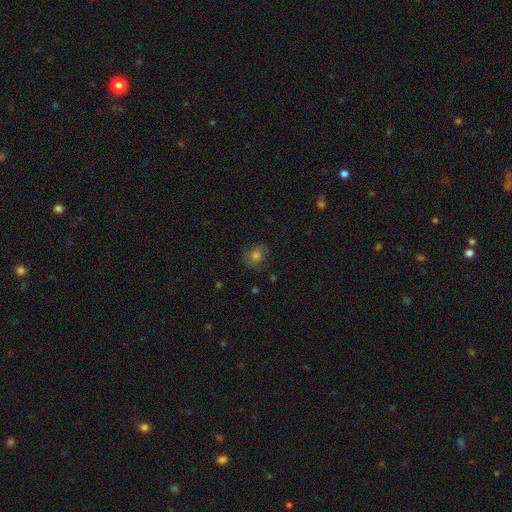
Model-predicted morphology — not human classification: smooth-or-featured: smooth: 66% | featured or disk: 19% | star or artifact: 15%
  how-rounded: round: 69% | in between: 30% | cigar-shaped: 1%
  merging: none: 73% | minor disturbance: 19% | major disturbance: 7% | merger: 2%